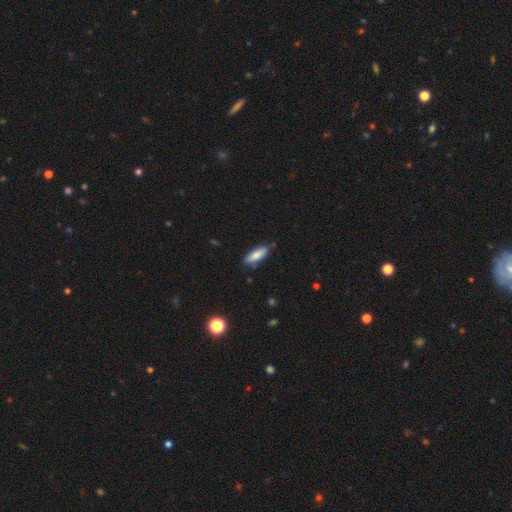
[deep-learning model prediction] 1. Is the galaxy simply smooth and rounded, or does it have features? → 77% smooth, 17% featured or disk, 6% star or artifact.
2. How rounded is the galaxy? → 58% in between, 40% cigar-shaped, 2% round.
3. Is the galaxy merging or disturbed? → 80% none, 16% minor disturbance, 2% major disturbance, 2% merger.